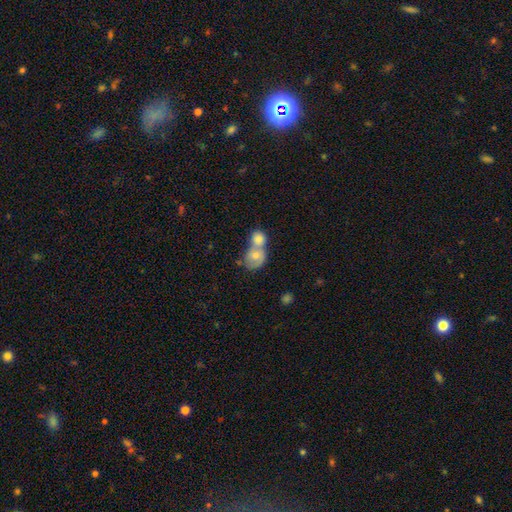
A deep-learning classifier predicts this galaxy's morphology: This is likely a smooth galaxy (69%). How rounded: likely round (65%). Merging: likely merger (74%).